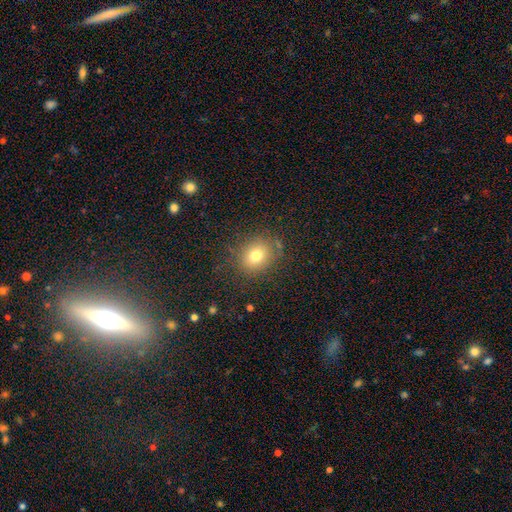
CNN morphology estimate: type=smooth (75%); roundness=round (66%); merging=none (80%).